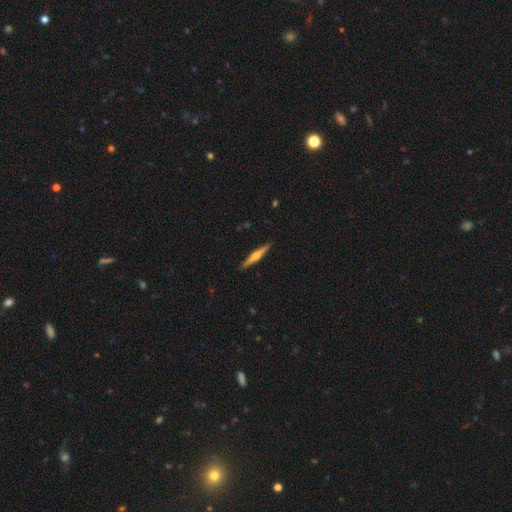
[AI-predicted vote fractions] featured or disk 70%, smooth 25%, star or artifact 5%. Down the decision tree: edge-on disk — yes (98%); edge-on bulge — rounded (91%); merging — none (92%).